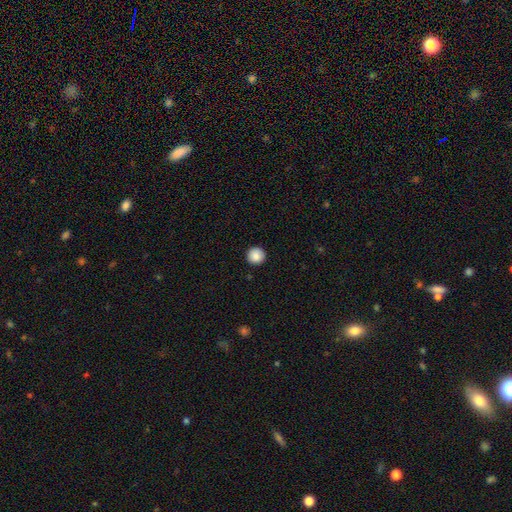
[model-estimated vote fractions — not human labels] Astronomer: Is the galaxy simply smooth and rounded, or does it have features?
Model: smooth — 88%.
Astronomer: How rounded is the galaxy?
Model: round — 96%.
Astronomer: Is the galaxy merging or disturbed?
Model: none — 93%.